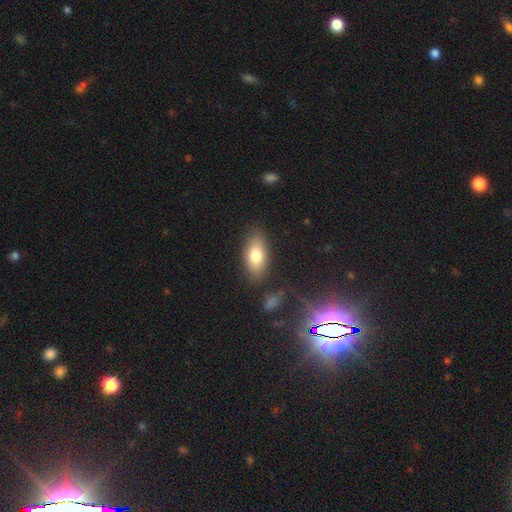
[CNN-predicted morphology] smooth 79%, featured or disk 14%, star or artifact 8%. Down the decision tree: how rounded — in between (89%); merging — none (83%).